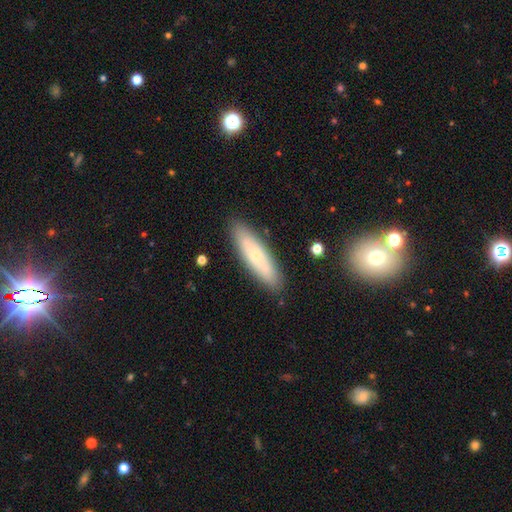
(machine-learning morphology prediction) smooth 55%, featured or disk 38%, star or artifact 7%. Down the decision tree: how rounded — cigar-shaped (64%); merging — none (86%).